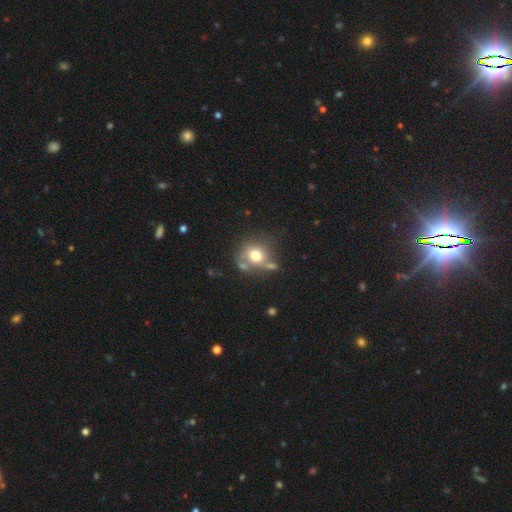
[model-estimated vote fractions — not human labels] Overall: smooth (72%). How rounded: round (81%). Merging: none (54%; merger 21%).